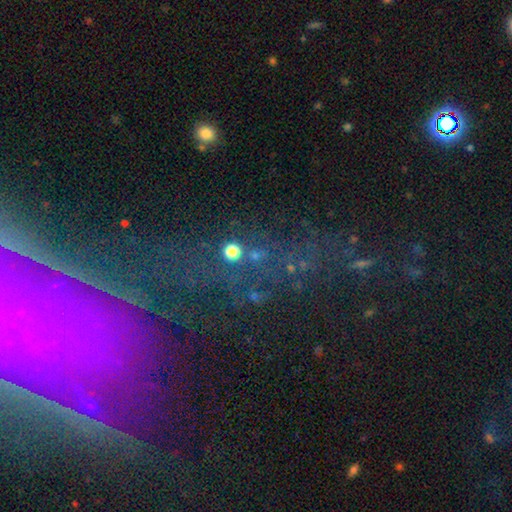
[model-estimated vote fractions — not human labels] star or artifact 51%, smooth 33%, featured or disk 16%.